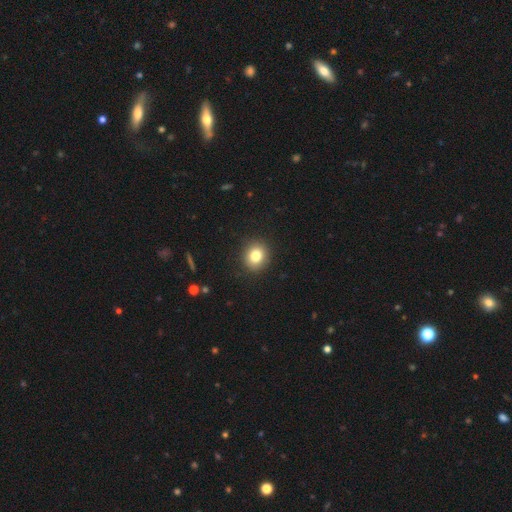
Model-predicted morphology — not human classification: This is clearly a smooth galaxy (81%). How rounded: clearly round (80%). Merging: clearly none (91%).